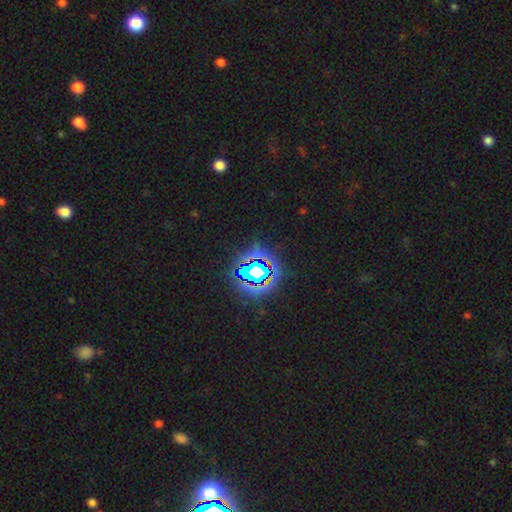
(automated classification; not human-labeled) This appears to be a star or artifact, not a galaxy (83%).